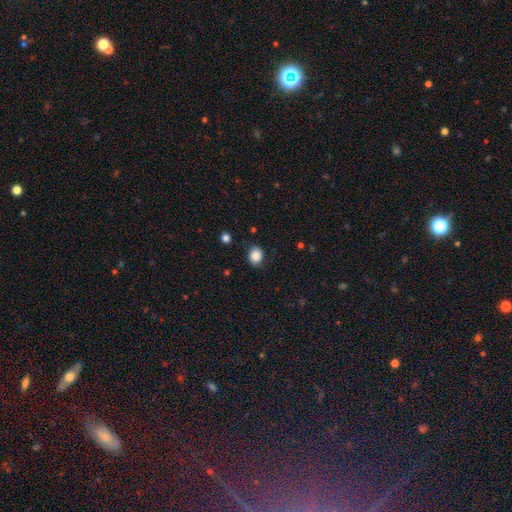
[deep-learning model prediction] Smooth or featured? Predicted: smooth (p=0.82). How rounded? Predicted: round (p=0.54). Merging? Predicted: none (p=0.74).